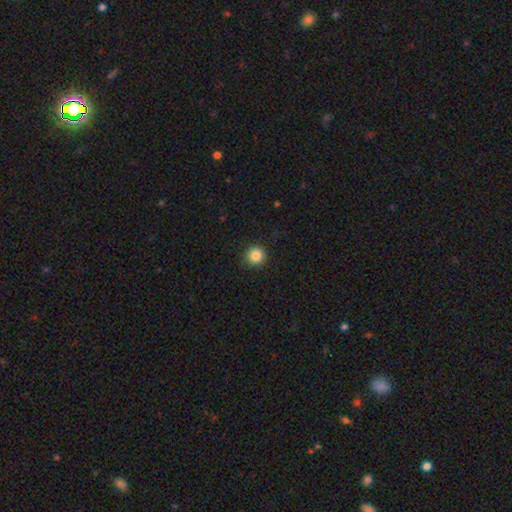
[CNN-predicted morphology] type=smooth (85%); roundness=round (95%); merging=none (92%).